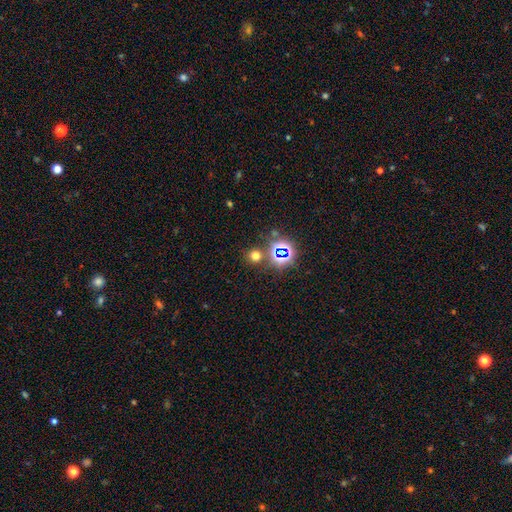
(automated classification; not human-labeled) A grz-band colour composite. It shows a smooth galaxy with no disk features (61%) that is round (89%). Merging: none (80%).